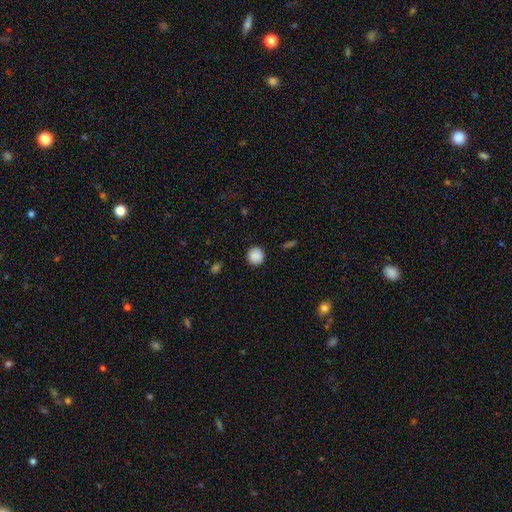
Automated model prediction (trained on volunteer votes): This appears to be a smooth galaxy with no disk features (88%) that is round (93%). Merging: none (90%).